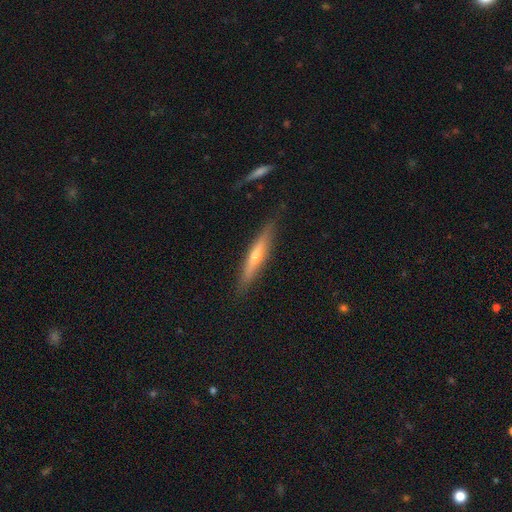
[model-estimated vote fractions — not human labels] Overall: featured or disk (54%; smooth 40%). Edge-on disk: yes (93%). Edge-on bulge: rounded (67%). Merging: none (84%).